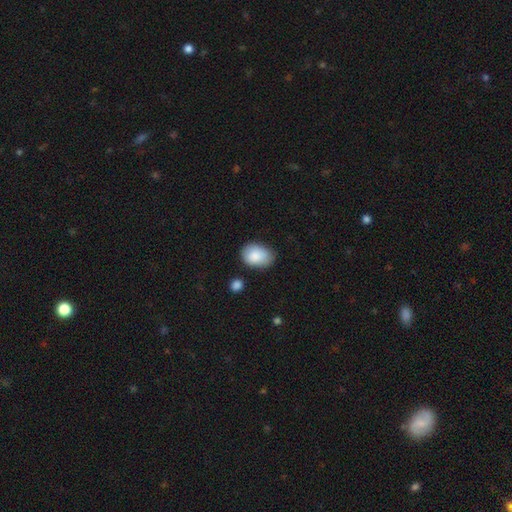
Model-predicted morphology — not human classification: Smooth or featured: smooth — 88% (star or artifact — 6%)
How rounded: in between — 79% (round — 20%)
Merging: none — 72% (minor disturbance — 21%)